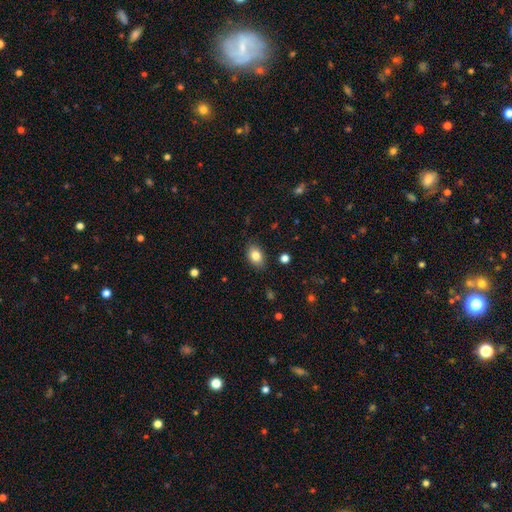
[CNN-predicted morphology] Smooth or featured: smooth — 83% (featured or disk — 9%)
How rounded: in between — 81% (round — 18%)
Merging: none — 84% (minor disturbance — 12%)